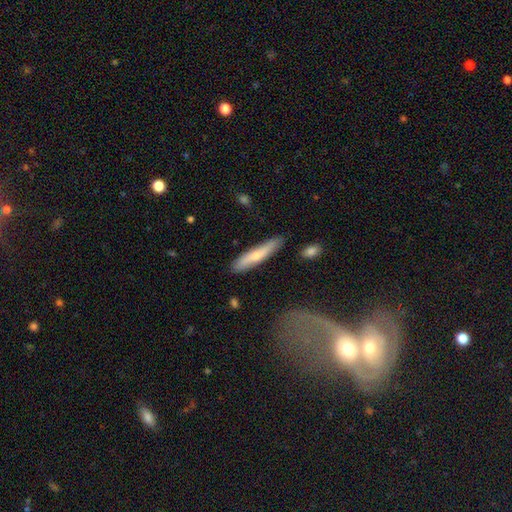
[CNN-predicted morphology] Q: Smooth or featured?
A: smooth (56%); runner-up: featured or disk (38%)
Q: How rounded?
A: cigar-shaped (87%); runner-up: in between (11%)
Q: Merging?
A: none (82%); runner-up: minor disturbance (13%)